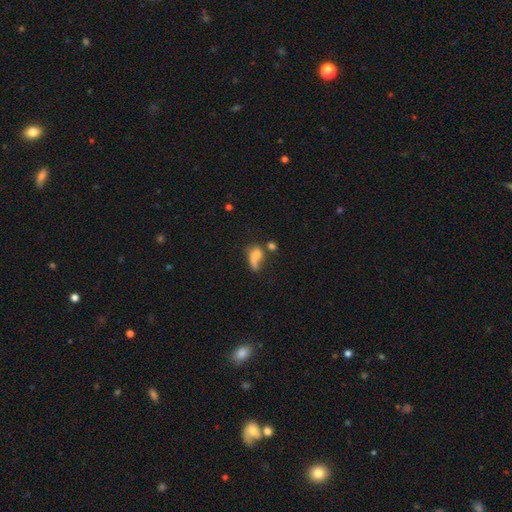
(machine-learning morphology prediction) Smooth or featured: smooth — 62% (featured or disk — 25%)
How rounded: in between — 57% (round — 35%)
Merging: merger — 34% (major disturbance — 26%)